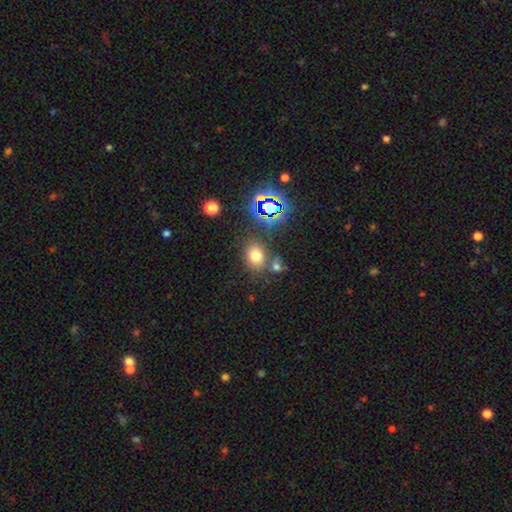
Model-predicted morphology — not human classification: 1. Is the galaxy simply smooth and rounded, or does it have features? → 68% smooth, 23% star or artifact, 9% featured or disk.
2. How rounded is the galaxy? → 54% round, 44% in between, 1% cigar-shaped.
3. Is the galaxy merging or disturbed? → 71% none, 13% merger, 11% minor disturbance, 5% major disturbance.